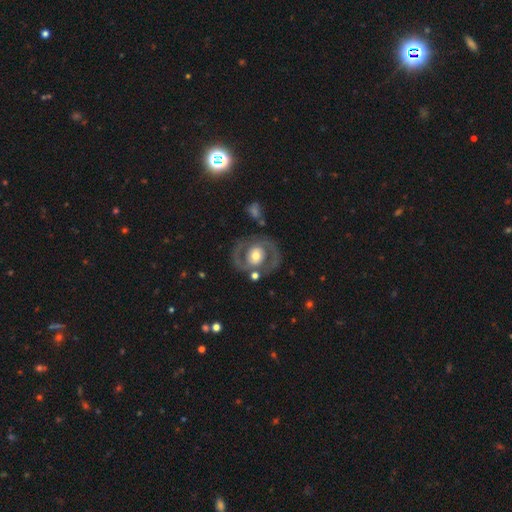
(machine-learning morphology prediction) Smooth or featured?
  - featured or disk: 74% *
  - smooth: 21%
  - star or artifact: 5%
Edge-on disk?
  - no: 96% *
  - yes: 4%
Bar?
  - no: 68% *
  - weak: 22%
  - strong: 10%
Spiral arms?
  - yes: 60% *
  - no: 40%
Bulge size?
  - moderate: 65% *
  - large: 21%
  - small: 11%
  - dominant: 2%
  - none: 1%
Merging?
  - none: 75% *
  - minor disturbance: 13%
  - major disturbance: 9%
  - merger: 4%